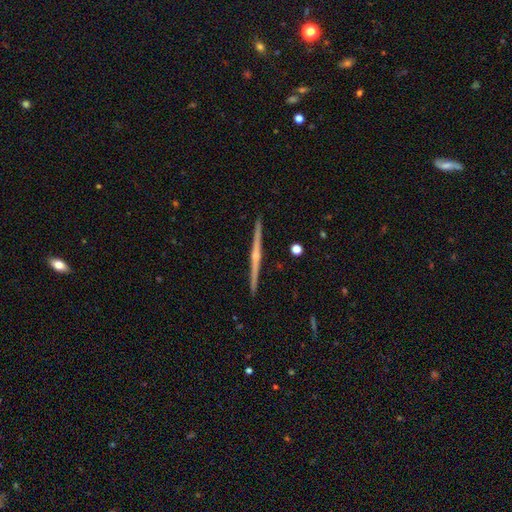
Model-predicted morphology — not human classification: Smooth or featured? featured or disk (84%)
Edge-on disk? yes (99%)
Edge-on bulge? rounded (80%)
Merging? none (93%)